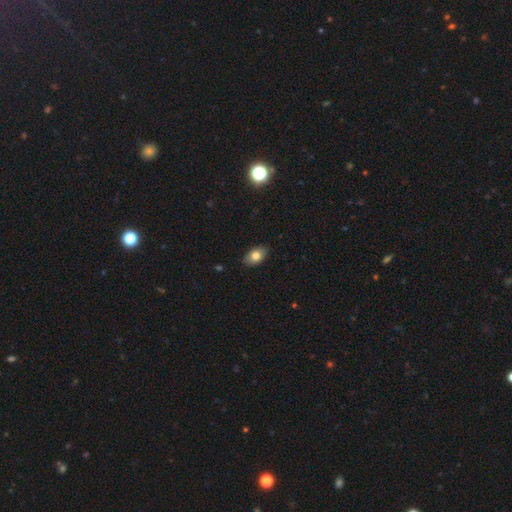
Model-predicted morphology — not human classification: This appears to be a smooth galaxy with no disk features (79%) that is in between round and cigar-shaped (89%). Merging: none (87%).